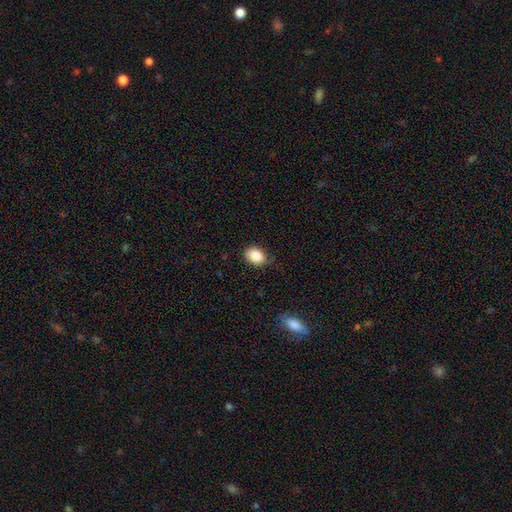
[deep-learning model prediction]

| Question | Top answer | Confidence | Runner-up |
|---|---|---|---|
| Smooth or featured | smooth | 85% | star or artifact (8%) |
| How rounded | in between | 59% | round (39%) |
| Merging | none | 70% | minor disturbance (24%) |